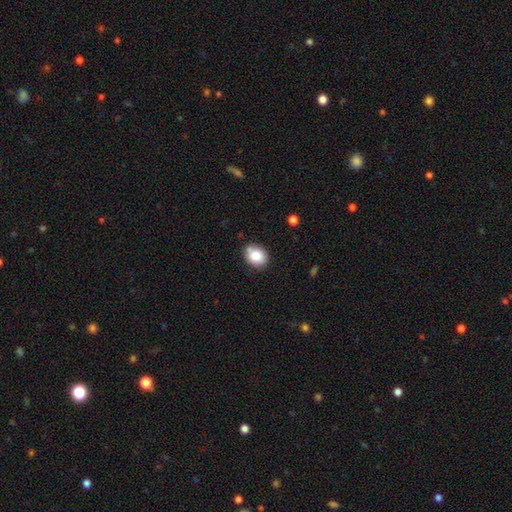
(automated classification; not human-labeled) A smooth galaxy with no disk features (83%) that is in between round and cigar-shaped (57%). Merging: none (76%).